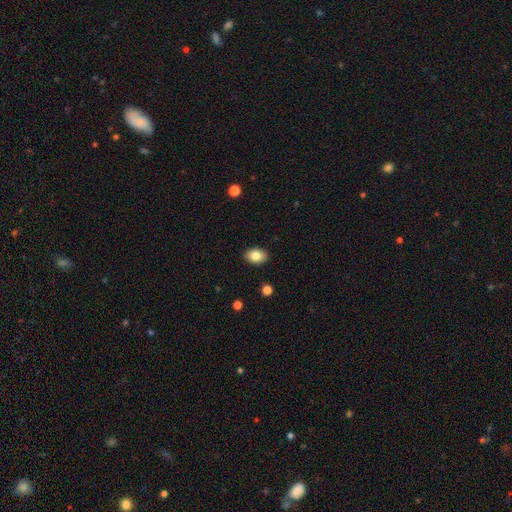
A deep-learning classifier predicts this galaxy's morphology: smooth_or_featured: smooth (p=0.84) [alt: featured or disk p=0.08]
how_rounded: in between (p=0.81) [alt: round p=0.18]
merging: none (p=0.89) [alt: minor disturbance p=0.08]